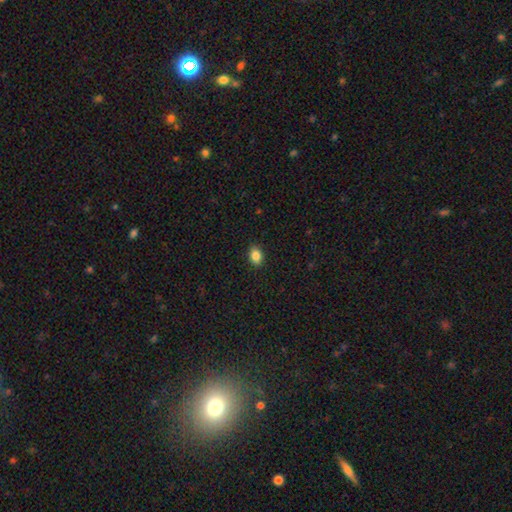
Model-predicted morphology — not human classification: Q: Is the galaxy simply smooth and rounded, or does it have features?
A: smooth — 86%.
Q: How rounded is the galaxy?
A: in between — 76%.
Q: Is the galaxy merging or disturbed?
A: none — 89%.